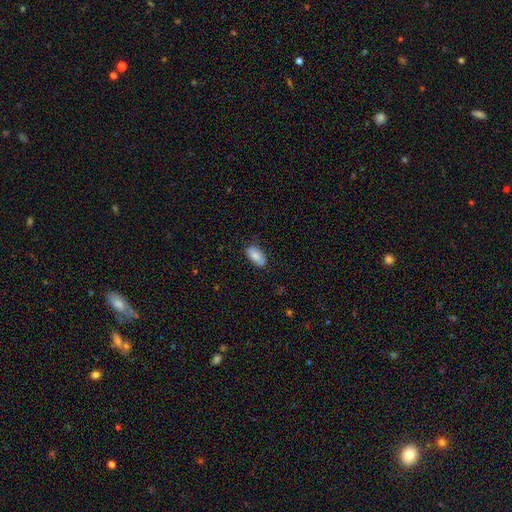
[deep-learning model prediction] smooth-or-featured: smooth: 80% | featured or disk: 13% | star or artifact: 7%
  how-rounded: in between: 94% | round: 4% | cigar-shaped: 3%
  merging: none: 75% | minor disturbance: 20% | major disturbance: 4% | merger: 2%